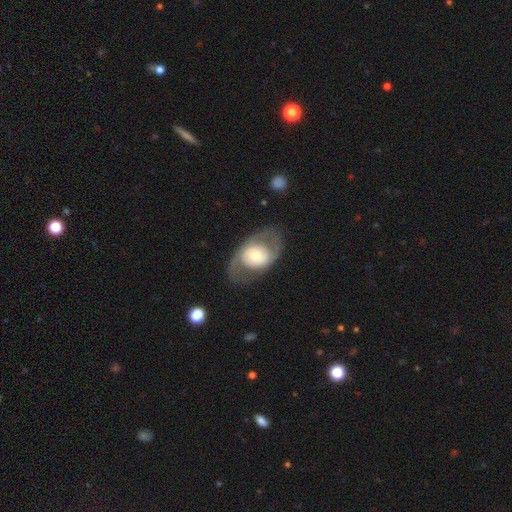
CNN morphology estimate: Smooth or featured: featured or disk — 67% (smooth — 28%)
Edge-on disk: no — 93% (yes — 7%)
Bar: no — 70% (weak — 22%)
Spiral arms: yes — 52% (no — 48%)
Bulge size: moderate — 61% (large — 19%)
Merging: none — 70% (minor disturbance — 15%)